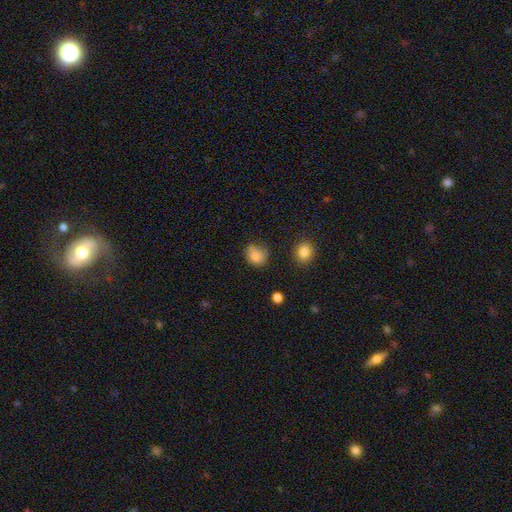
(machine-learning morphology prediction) This is clearly a smooth galaxy (82%). How rounded: likely round (74%). Merging: possibly none (57%).